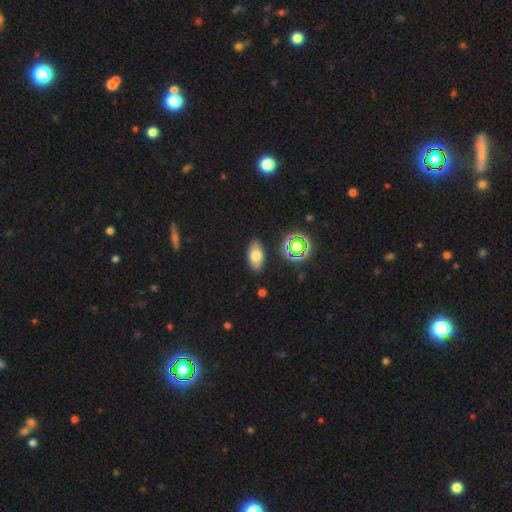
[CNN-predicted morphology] smooth_or_featured: smooth (p=0.73) [alt: star or artifact p=0.14]
how_rounded: in between (p=0.89) [alt: round p=0.07]
merging: none (p=0.86) [alt: minor disturbance p=0.10]